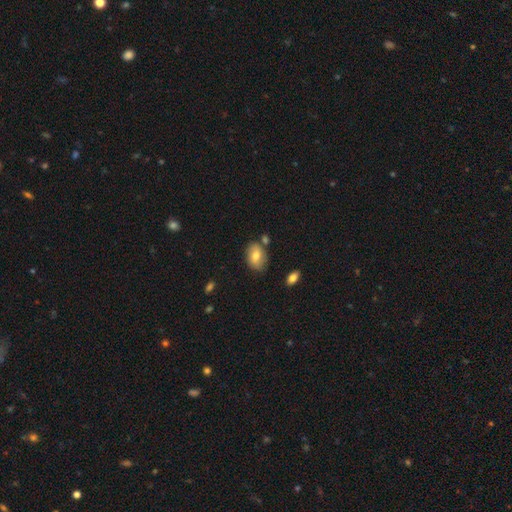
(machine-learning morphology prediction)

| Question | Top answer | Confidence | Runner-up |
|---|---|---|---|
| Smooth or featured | smooth | 73% | featured or disk (19%) |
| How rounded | in between | 85% | round (14%) |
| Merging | none | 72% | minor disturbance (18%) |